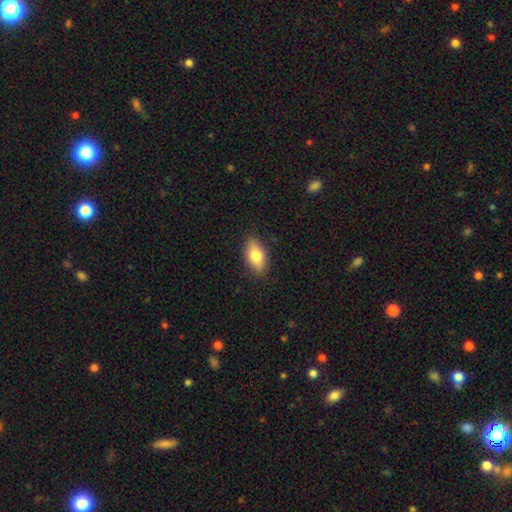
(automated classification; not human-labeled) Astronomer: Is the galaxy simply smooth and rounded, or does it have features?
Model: smooth — 75%.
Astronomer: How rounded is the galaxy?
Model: in between — 86%.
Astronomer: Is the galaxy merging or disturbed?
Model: none — 86%.